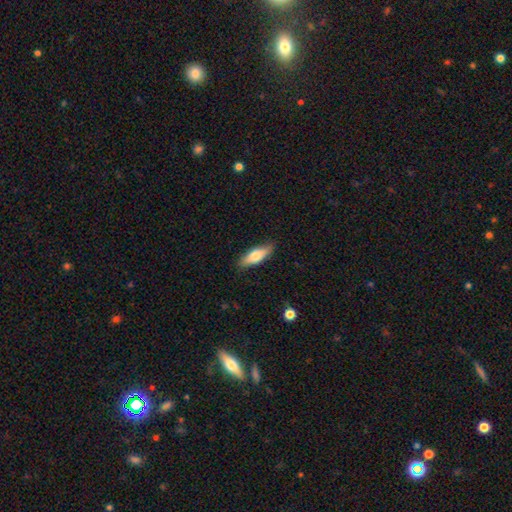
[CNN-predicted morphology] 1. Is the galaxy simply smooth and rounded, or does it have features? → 69% smooth, 26% featured or disk, 6% star or artifact.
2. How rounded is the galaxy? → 59% in between, 39% cigar-shaped, 2% round.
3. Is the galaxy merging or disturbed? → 86% none, 10% minor disturbance, 2% major disturbance, 1% merger.